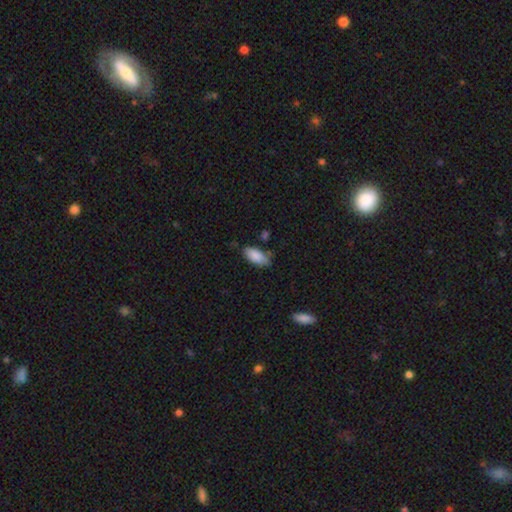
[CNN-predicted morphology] Smooth or featured? Predicted: smooth (p=0.87). How rounded? Predicted: in between (p=0.88). Merging? Predicted: none (p=0.68).